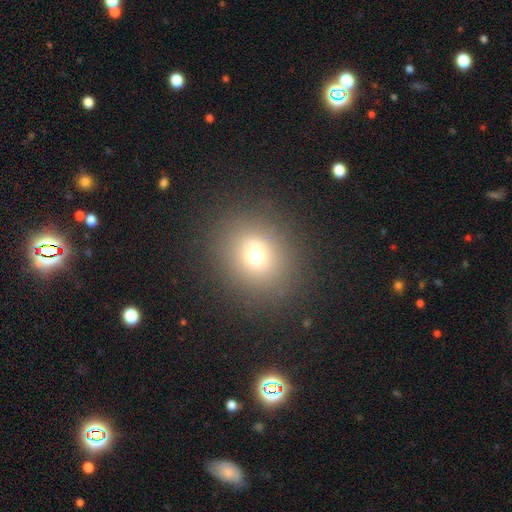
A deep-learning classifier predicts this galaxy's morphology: smooth 67%, star or artifact 18%, featured or disk 15%. Down the decision tree: how rounded — round (77%); merging — none (85%).